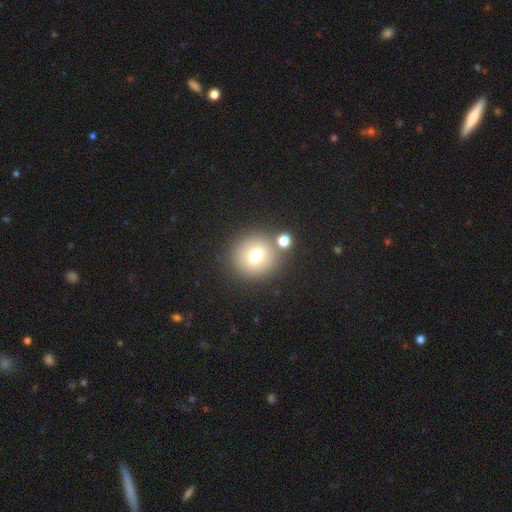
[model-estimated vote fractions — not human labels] Overall: smooth (73%). How rounded: round (87%). Merging: none (76%).